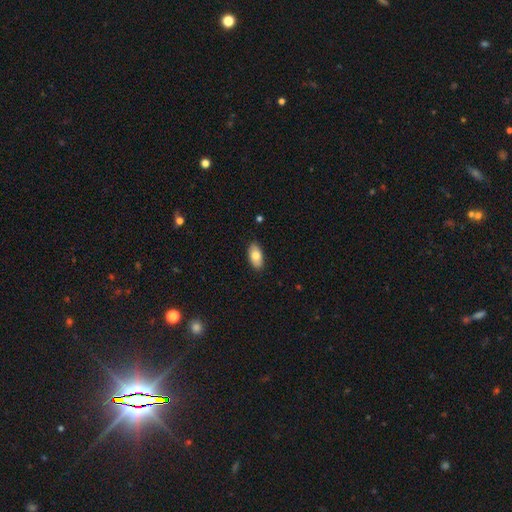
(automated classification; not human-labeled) Q: Smooth or featured?
A: smooth (77%); runner-up: featured or disk (17%)
Q: How rounded?
A: in between (93%); runner-up: cigar-shaped (4%)
Q: Merging?
A: none (88%); runner-up: minor disturbance (10%)